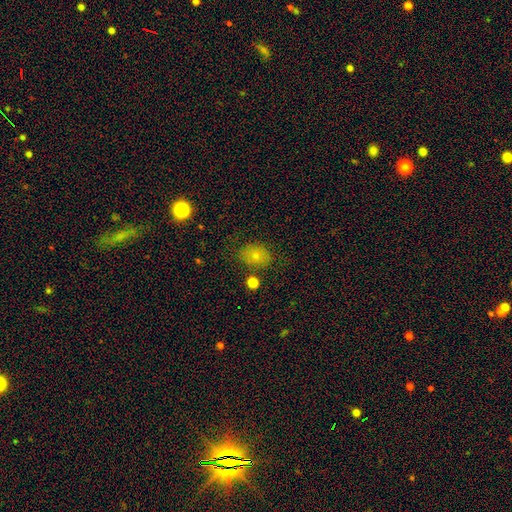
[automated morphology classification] A smooth galaxy with no disk features (68%) that is in between round and cigar-shaped (57%).

Vote fractions:
- Smooth or featured? smooth: 68% / star or artifact: 19% / featured or disk: 12%
- How rounded? in between: 57% / round: 42% / cigar-shaped: 1%
- Merging? none: 77% / minor disturbance: 15% / major disturbance: 5% / merger: 4%